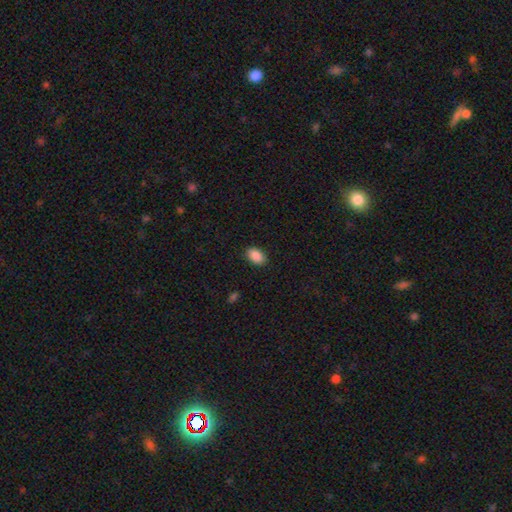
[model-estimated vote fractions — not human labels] Smooth or featured? smooth (89%)
How rounded? in between (89%)
Merging? none (88%)